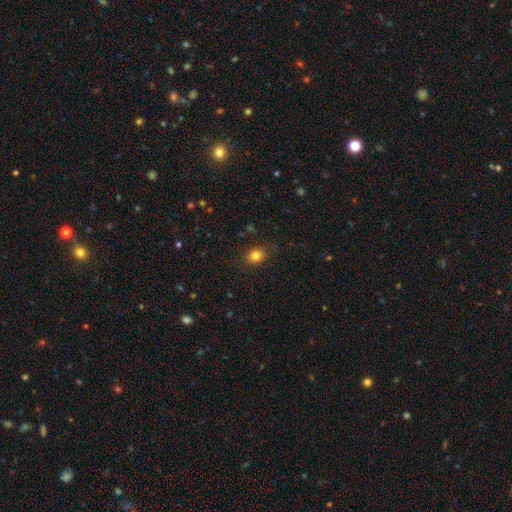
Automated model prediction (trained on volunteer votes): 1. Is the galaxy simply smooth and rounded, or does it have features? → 82% smooth, 12% star or artifact, 6% featured or disk.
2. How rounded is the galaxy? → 56% round, 43% in between, 1% cigar-shaped.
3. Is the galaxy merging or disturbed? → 84% none, 11% minor disturbance, 3% major disturbance, 1% merger.